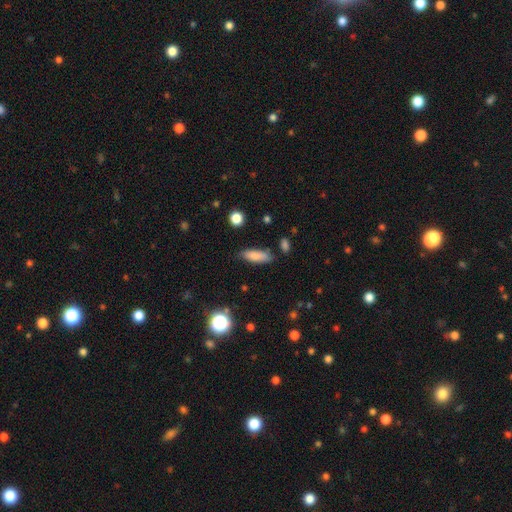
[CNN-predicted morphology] A smooth galaxy with no disk features (82%) that is in between round and cigar-shaped (56%).

Vote fractions:
- Smooth or featured? smooth: 82% / featured or disk: 10% / star or artifact: 8%
- How rounded? in between: 56% / cigar-shaped: 42% / round: 2%
- Merging? none: 78% / minor disturbance: 15% / merger: 3% / major disturbance: 3%